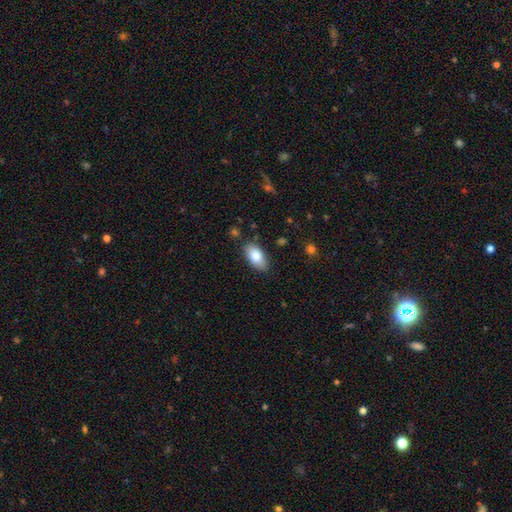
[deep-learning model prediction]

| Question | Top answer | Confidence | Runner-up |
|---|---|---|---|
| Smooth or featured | smooth | 82% | featured or disk (11%) |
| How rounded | in between | 94% | round (3%) |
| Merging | none | 84% | minor disturbance (12%) |